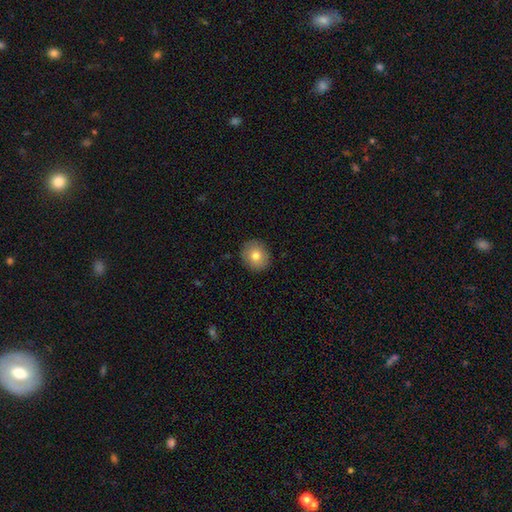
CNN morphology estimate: Smooth or featured? smooth (79%)
How rounded? round (77%)
Merging? none (90%)